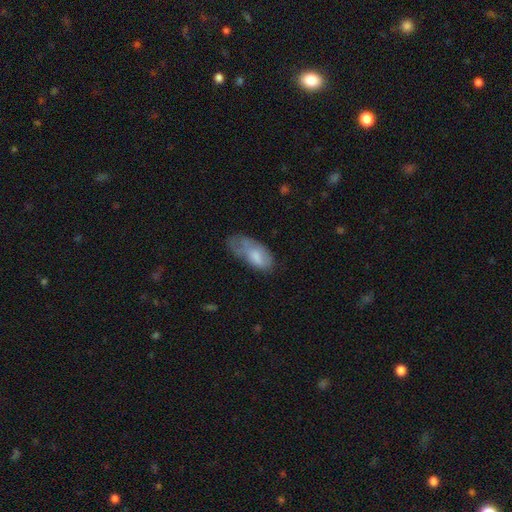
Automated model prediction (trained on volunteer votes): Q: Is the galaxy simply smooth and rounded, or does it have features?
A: smooth — 68%.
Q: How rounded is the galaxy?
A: in between — 89%.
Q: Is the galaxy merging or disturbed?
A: minor disturbance — 36%.